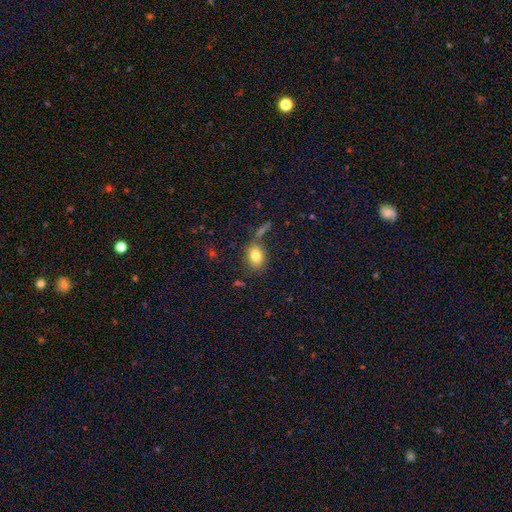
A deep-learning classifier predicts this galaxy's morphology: type=smooth (81%); roundness=in between (68%); merging=none (73%).